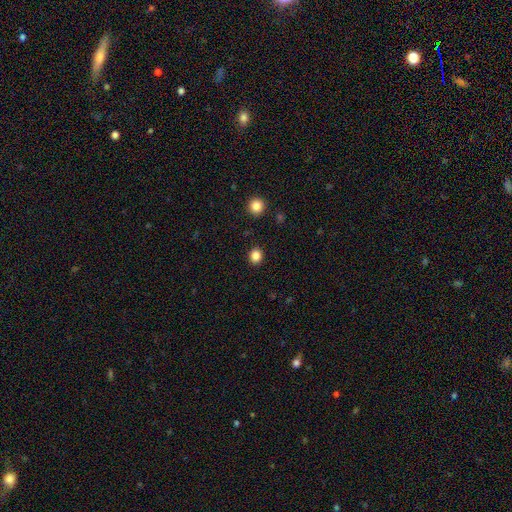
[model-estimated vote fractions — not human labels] Overall: smooth (85%). How rounded: round (74%). Merging: none (90%).